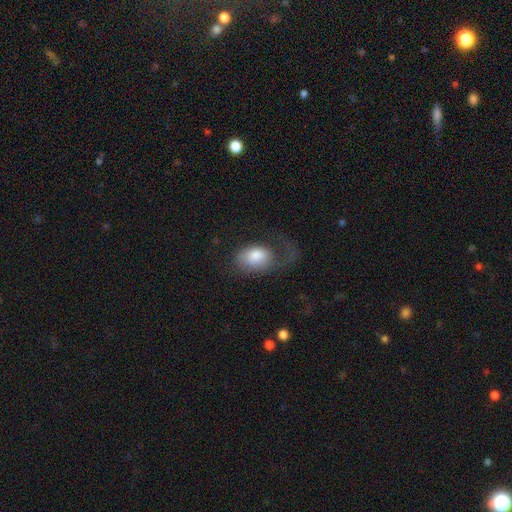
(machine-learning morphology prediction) A smooth galaxy with no disk features (67%) that is in between round and cigar-shaped (85%). Merging: major disturbance (48%).